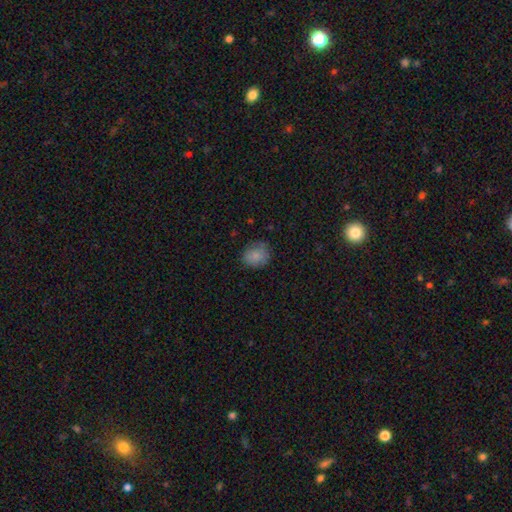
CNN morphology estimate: Smooth or featured? Predicted: smooth (p=0.83). How rounded? Predicted: round (p=0.71). Merging? Predicted: none (p=0.74).